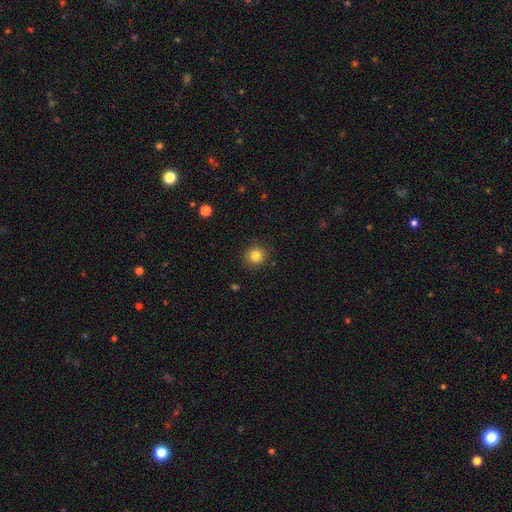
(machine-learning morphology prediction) Q: Smooth or featured?
A: smooth (83%); runner-up: star or artifact (11%)
Q: How rounded?
A: round (91%); runner-up: in between (8%)
Q: Merging?
A: none (90%); runner-up: minor disturbance (7%)